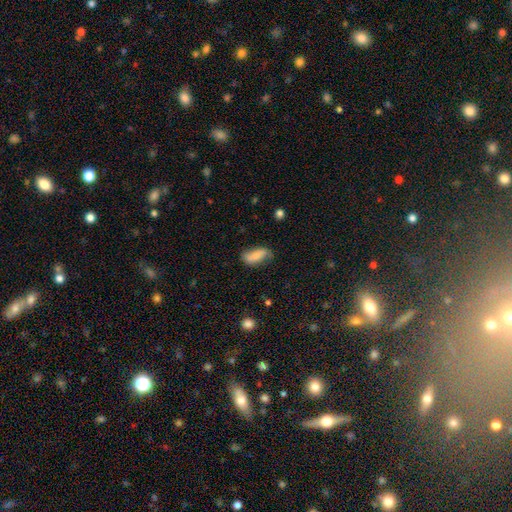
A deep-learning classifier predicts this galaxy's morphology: Smooth or featured? smooth (63%)
How rounded? in between (84%)
Merging? none (61%)